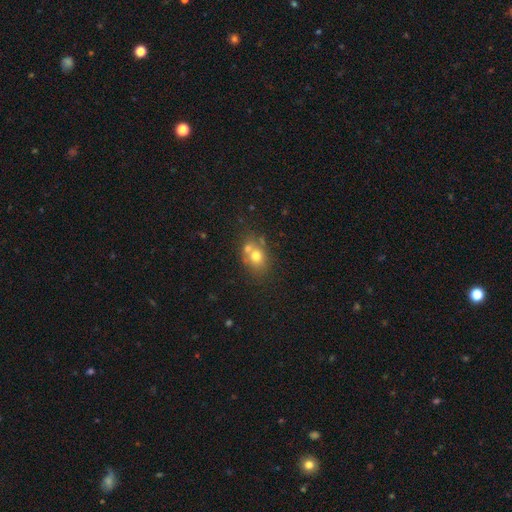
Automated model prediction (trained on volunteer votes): A smooth galaxy with no disk features (67%) that is round (56%). Merging: none (47%).